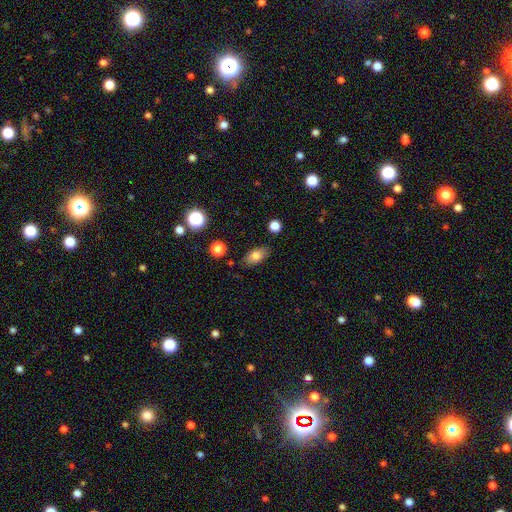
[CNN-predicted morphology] type=smooth (78%); roundness=in between (87%); merging=none (83%).